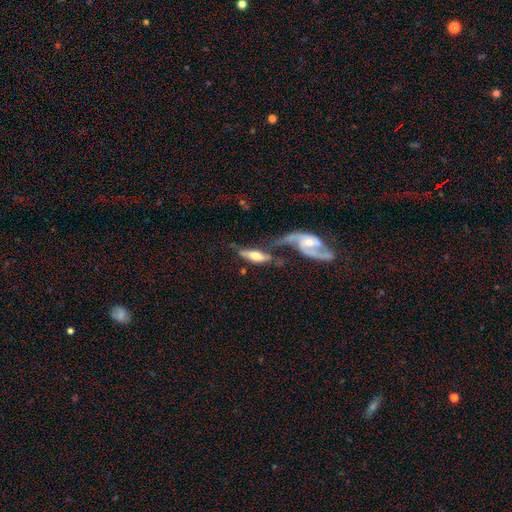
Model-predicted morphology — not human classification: Smooth or featured: featured or disk — 56% (smooth — 38%)
Edge-on disk: no — 55% (yes — 45%)
Merging: merger — 54% (none — 21%)